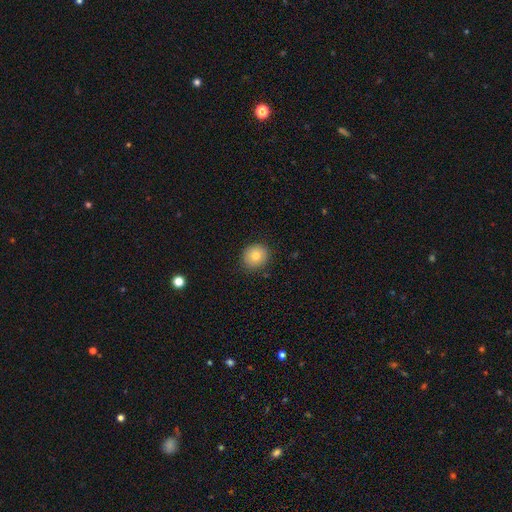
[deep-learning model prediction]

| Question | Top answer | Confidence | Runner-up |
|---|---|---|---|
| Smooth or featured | smooth | 77% | featured or disk (13%) |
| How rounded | round | 86% | in between (13%) |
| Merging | none | 88% | minor disturbance (9%) |